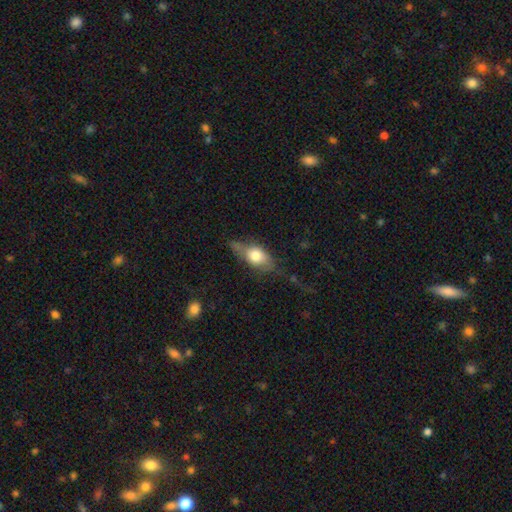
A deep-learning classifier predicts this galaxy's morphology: The model was most divided on "merging": none: 51%, minor disturbance: 31%, major disturbance: 14%, merger: 4%. More confident: how rounded — in between (76%); smooth or featured — smooth (66%).